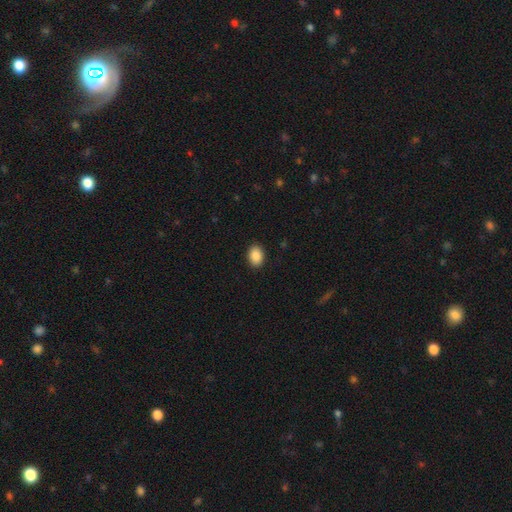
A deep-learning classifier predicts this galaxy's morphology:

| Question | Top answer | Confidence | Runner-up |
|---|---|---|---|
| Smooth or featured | smooth | 90% | star or artifact (7%) |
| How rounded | in between | 76% | round (23%) |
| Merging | none | 90% | minor disturbance (7%) |